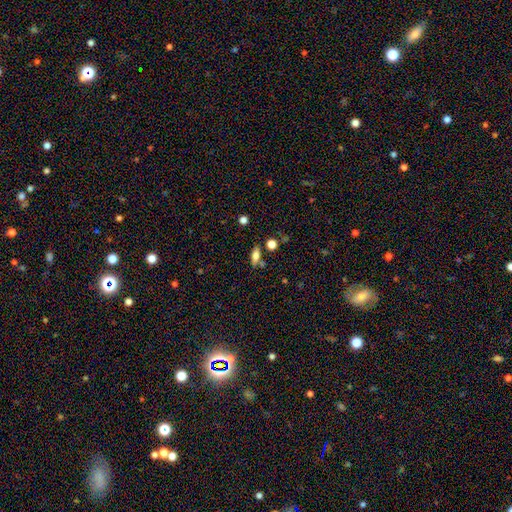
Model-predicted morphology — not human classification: Smooth or featured? smooth (69%)
How rounded? in between (73%)
Merging? none (70%)